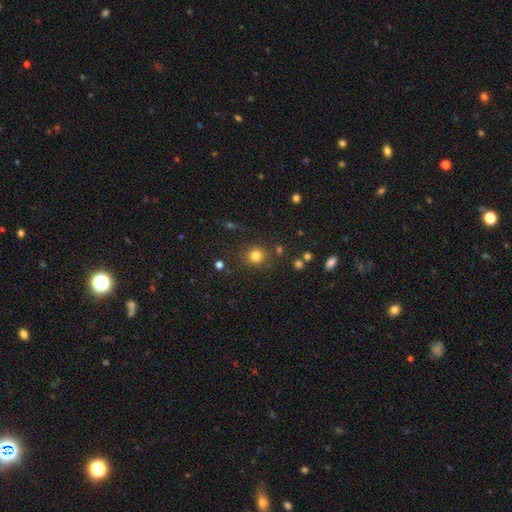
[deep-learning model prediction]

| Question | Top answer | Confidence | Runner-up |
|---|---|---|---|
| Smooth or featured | smooth | 80% | star or artifact (14%) |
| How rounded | round | 90% | in between (9%) |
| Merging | none | 85% | minor disturbance (8%) |